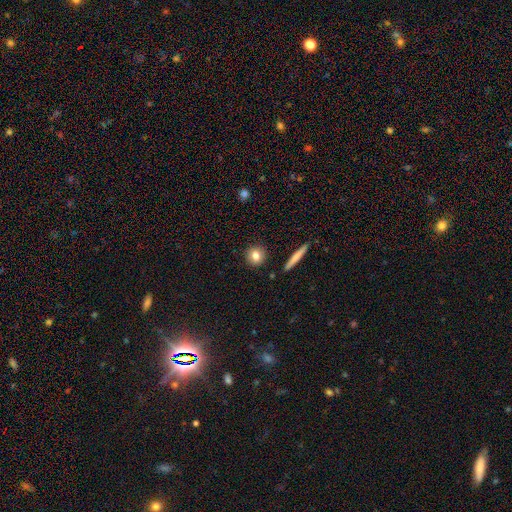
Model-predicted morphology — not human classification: smooth 80%, featured or disk 11%, star or artifact 9%. Down the decision tree: how rounded — round (85%); merging — none (89%).